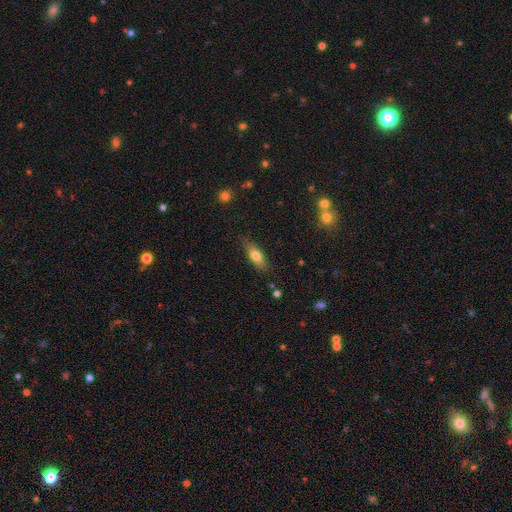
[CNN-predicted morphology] This is likely a smooth galaxy (71%). How rounded: likely in between (69%). Merging: likely none (77%).